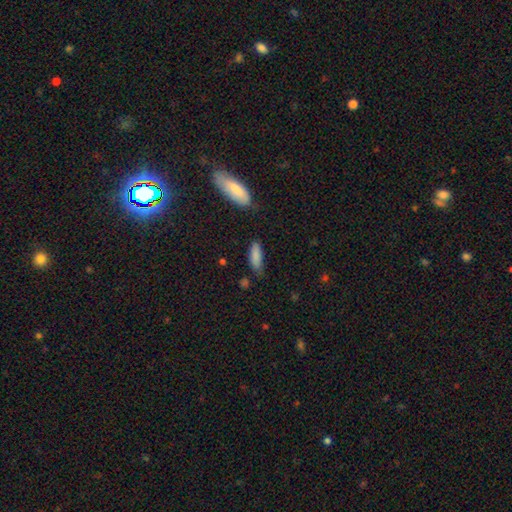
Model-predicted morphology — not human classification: Smooth or featured? smooth (85%)
How rounded? in between (66%)
Merging? none (62%)